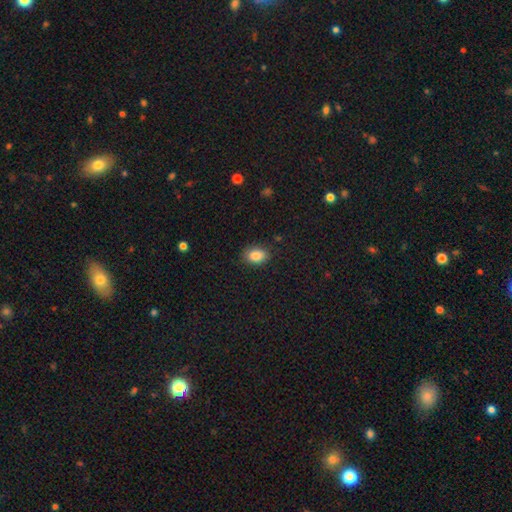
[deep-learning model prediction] smooth 85%, star or artifact 9%, featured or disk 6%. Down the decision tree: how rounded — in between (77%); merging — none (85%).